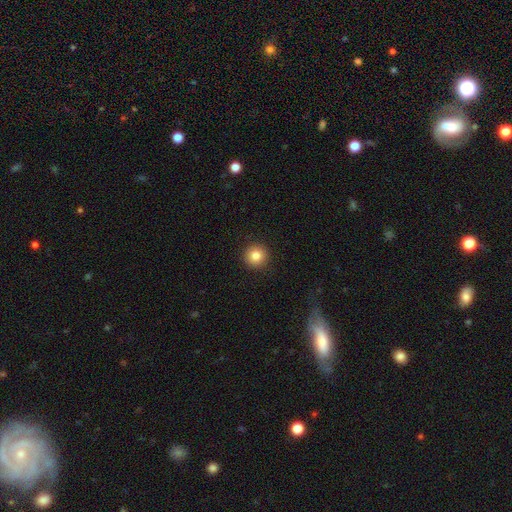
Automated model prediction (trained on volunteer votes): Q: Smooth or featured?
A: smooth (84%); runner-up: star or artifact (10%)
Q: How rounded?
A: round (95%); runner-up: in between (4%)
Q: Merging?
A: none (92%); runner-up: minor disturbance (5%)